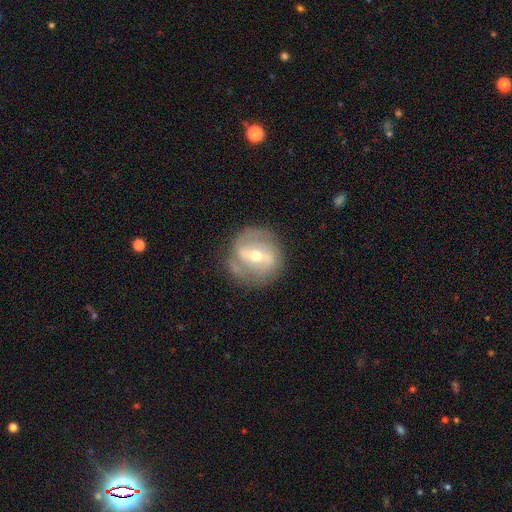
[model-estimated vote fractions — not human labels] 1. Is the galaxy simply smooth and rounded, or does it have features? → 73% featured or disk, 20% smooth, 7% star or artifact.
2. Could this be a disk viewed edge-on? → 94% no, 6% yes.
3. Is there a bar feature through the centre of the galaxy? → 45% strong, 38% weak, 18% no.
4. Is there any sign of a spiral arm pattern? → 77% yes, 23% no.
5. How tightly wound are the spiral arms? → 43% medium, 32% tight, 25% loose.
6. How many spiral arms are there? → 74% 2, 14% can't tell, 5% 3, 4% 1, 1% 4, 1% more than 4.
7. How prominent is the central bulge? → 55% moderate, 41% small, 3% large, 1% none, 1% dominant.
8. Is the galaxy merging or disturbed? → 74% none, 17% minor disturbance, 8% major disturbance, 2% merger.